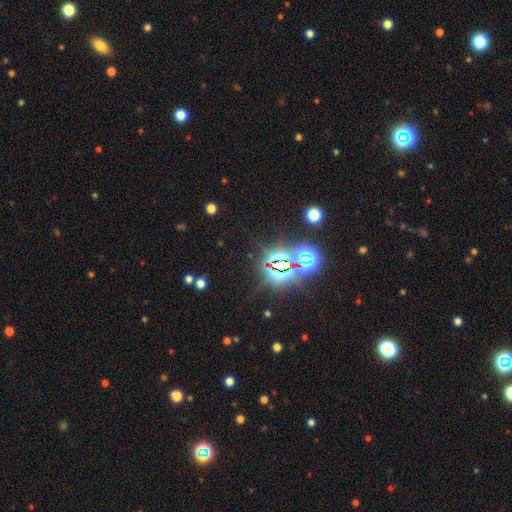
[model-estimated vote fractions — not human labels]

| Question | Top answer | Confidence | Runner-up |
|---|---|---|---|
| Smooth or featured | star or artifact | 74% | smooth (17%) |